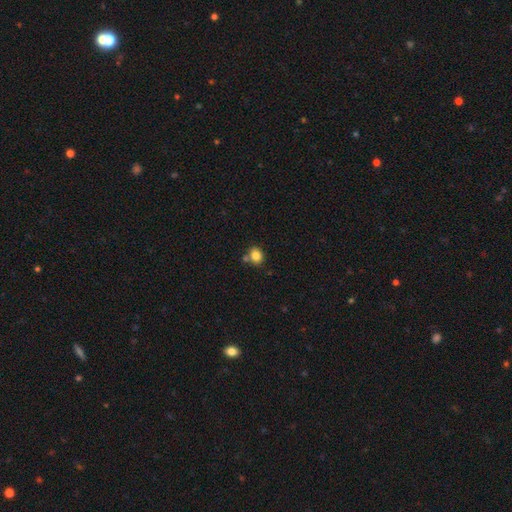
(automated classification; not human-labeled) The model was most divided on "how rounded": round: 63%, in between: 36%, cigar-shaped: 1%. More confident: smooth or featured — smooth (83%); merging — none (68%).